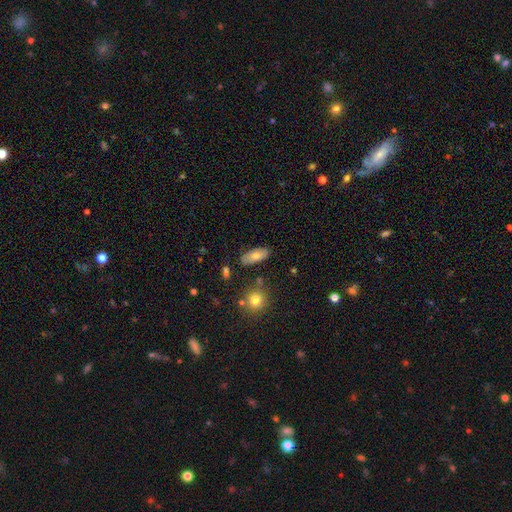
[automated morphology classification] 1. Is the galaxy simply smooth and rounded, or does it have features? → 74% smooth, 19% featured or disk, 8% star or artifact.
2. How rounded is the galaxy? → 87% in between, 10% cigar-shaped, 3% round.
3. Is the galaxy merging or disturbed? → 80% none, 14% minor disturbance, 4% merger, 3% major disturbance.